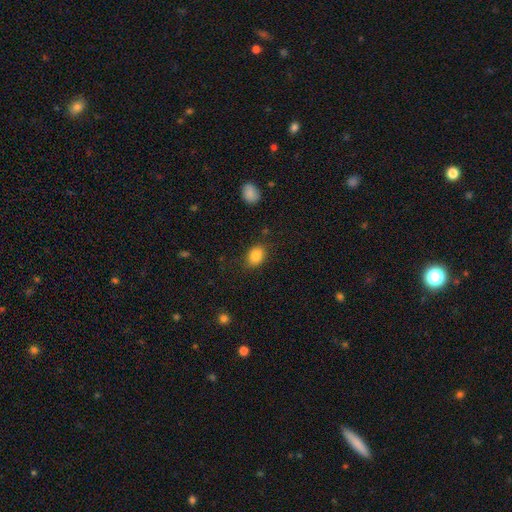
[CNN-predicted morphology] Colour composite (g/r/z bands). It shows a smooth galaxy with no disk features (85%) that is in between round and cigar-shaped (72%). Merging: none (80%).